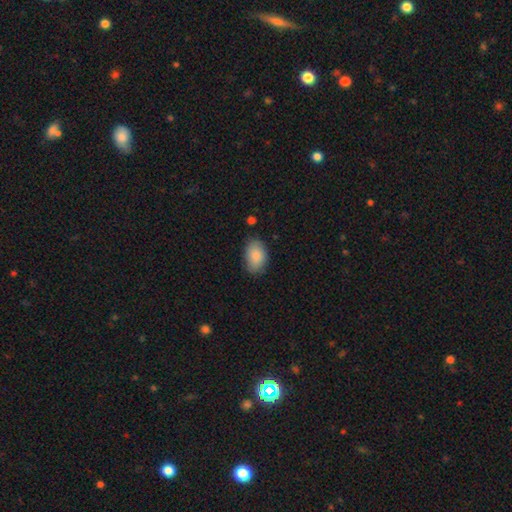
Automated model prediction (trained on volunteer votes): Q: Smooth or featured?
A: smooth (86%); runner-up: featured or disk (8%)
Q: How rounded?
A: in between (85%); runner-up: round (14%)
Q: Merging?
A: none (78%); runner-up: minor disturbance (17%)